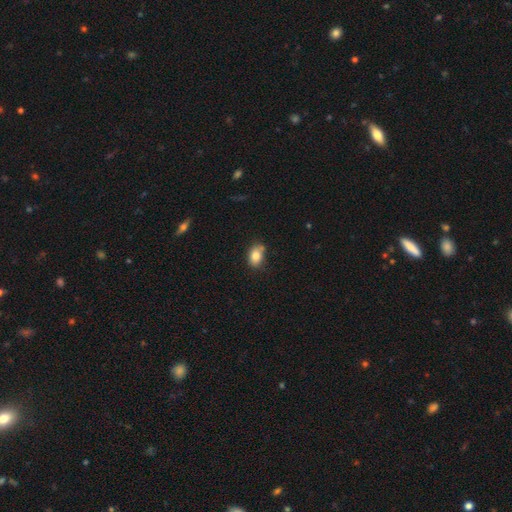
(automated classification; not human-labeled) A smooth galaxy with no disk features (82%) that is in between round and cigar-shaped (81%). Merging: none (70%).